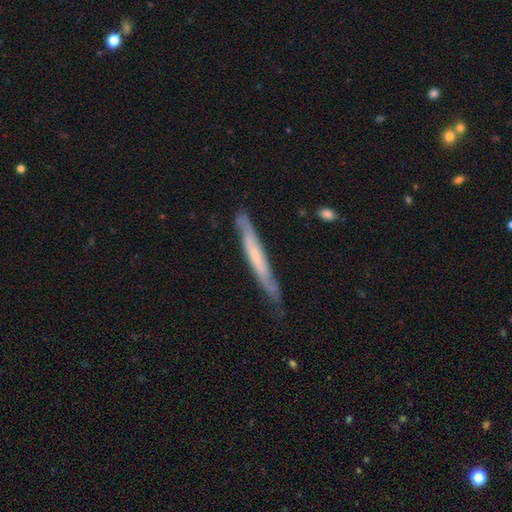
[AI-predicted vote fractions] The model was most divided on "smooth or featured": featured or disk: 58%, smooth: 36%, star or artifact: 6%. More confident: edge-on disk — yes (81%); merging — none (71%).